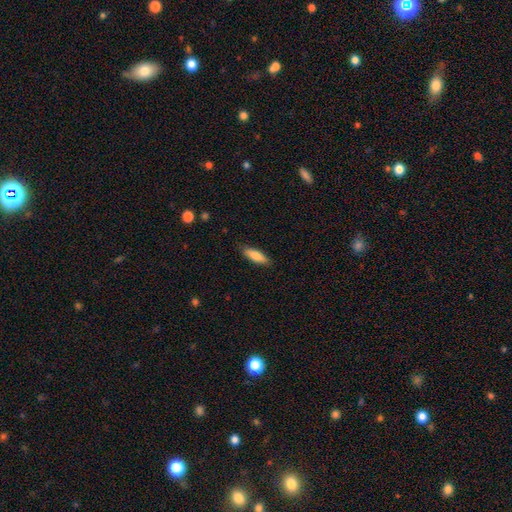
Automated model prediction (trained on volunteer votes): smooth 82%, featured or disk 12%, star or artifact 6%. Down the decision tree: how rounded — cigar-shaped (50%); merging — none (85%).